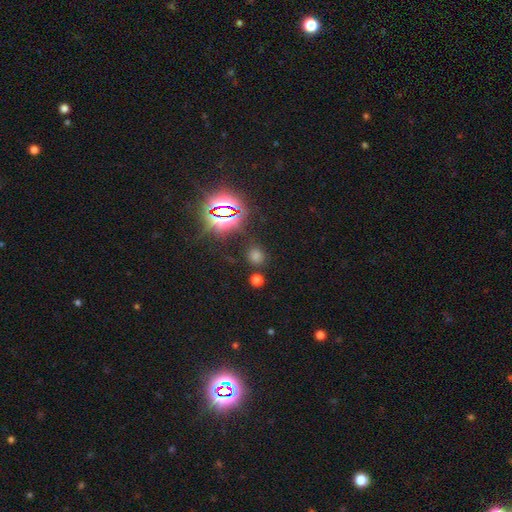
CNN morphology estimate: This is possibly a smooth galaxy (49%). Merging: clearly none (83%).